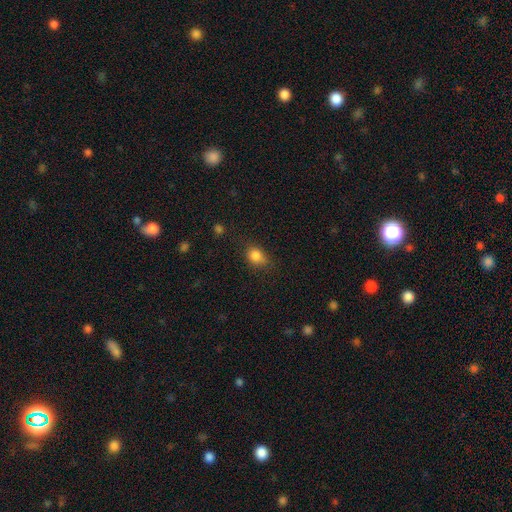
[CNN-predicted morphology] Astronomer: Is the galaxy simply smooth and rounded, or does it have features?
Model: smooth — 84%.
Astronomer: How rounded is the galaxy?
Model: in between — 53% (runner-up: round, 45%).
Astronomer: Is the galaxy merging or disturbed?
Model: none — 70%.